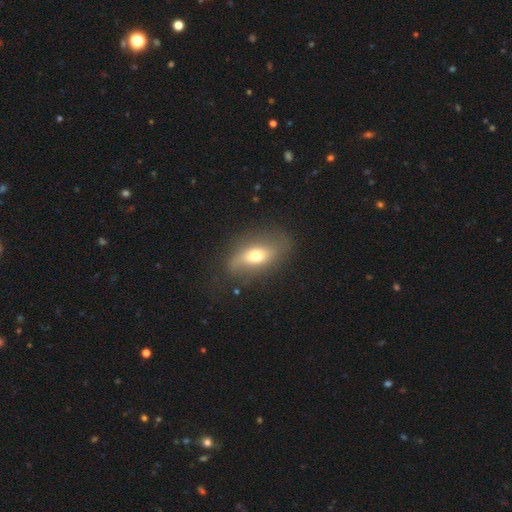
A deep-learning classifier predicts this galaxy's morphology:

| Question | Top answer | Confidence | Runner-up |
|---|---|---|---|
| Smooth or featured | smooth | 59% | featured or disk (31%) |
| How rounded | in between | 78% | round (15%) |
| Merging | none | 72% | minor disturbance (17%) |